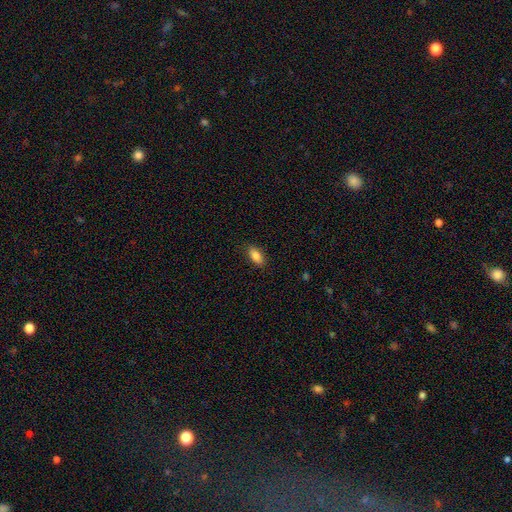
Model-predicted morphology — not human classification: This is clearly a smooth galaxy (86%). How rounded: clearly in between (88%). Merging: clearly none (87%).